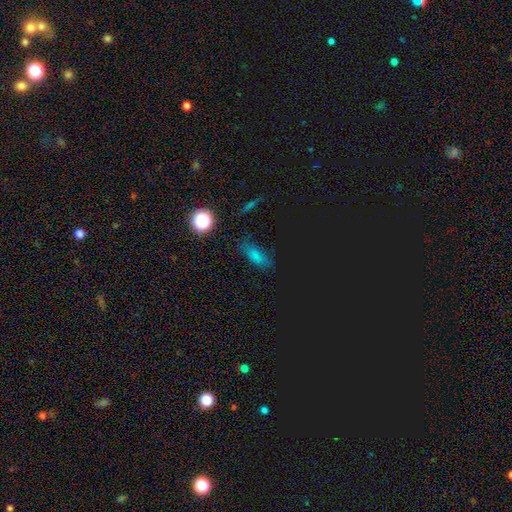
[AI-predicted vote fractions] This appears to be a smooth galaxy with no disk features (66%) that is in between round and cigar-shaped (73%). Merging: none (76%).